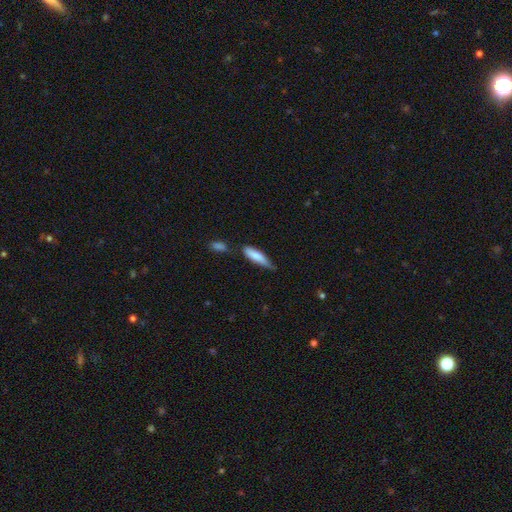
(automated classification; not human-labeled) Smooth or featured? Predicted: smooth (p=0.80). How rounded? Predicted: cigar-shaped (p=0.65). Merging? Predicted: none (p=0.53).